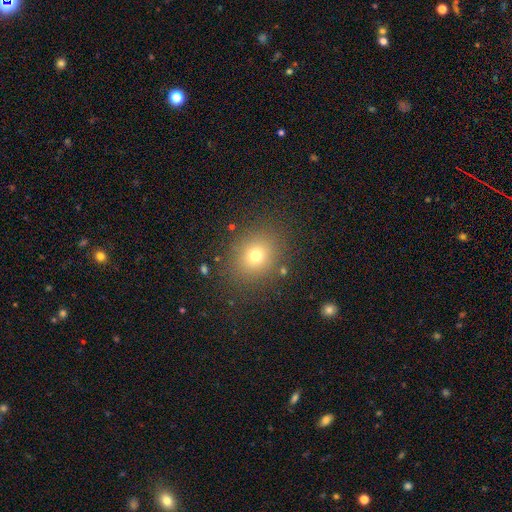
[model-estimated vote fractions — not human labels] Smooth or featured? smooth (72%)
How rounded? round (68%)
Merging? none (85%)